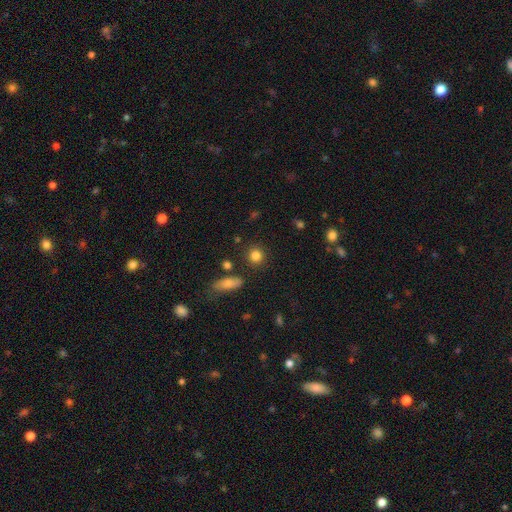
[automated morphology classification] Smooth or featured? smooth (84%)
How rounded? round (86%)
Merging? none (85%)